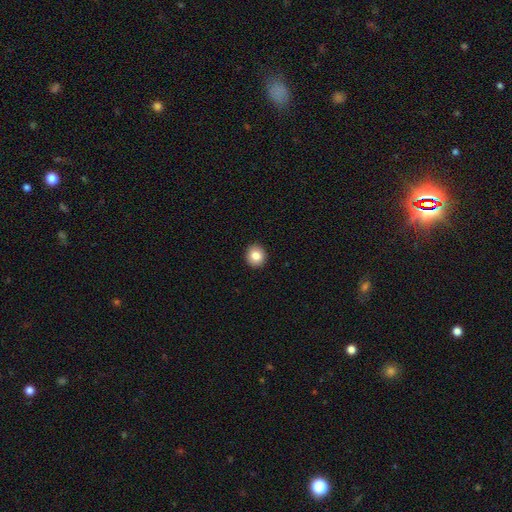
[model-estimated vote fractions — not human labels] smooth 83%, star or artifact 9%, featured or disk 8%. Down the decision tree: how rounded — round (87%); merging — none (93%).